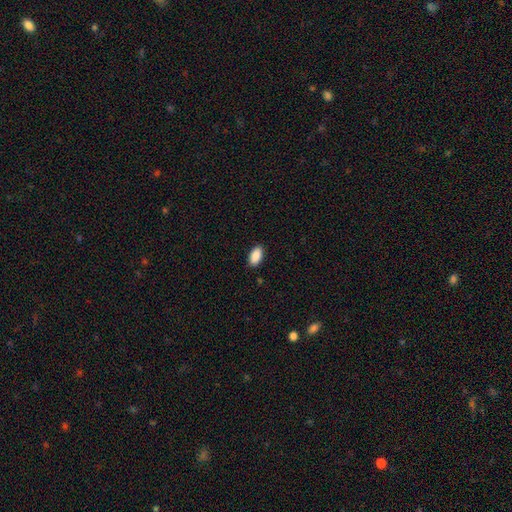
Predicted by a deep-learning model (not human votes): Smooth or featured: smooth — 91% (star or artifact — 7%)
How rounded: in between — 94% (round — 3%)
Merging: none — 89% (minor disturbance — 8%)